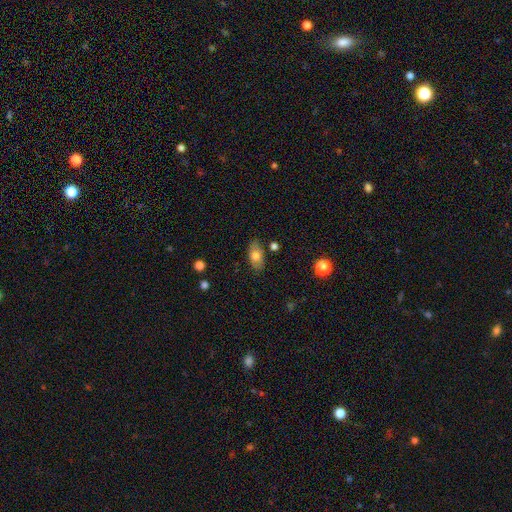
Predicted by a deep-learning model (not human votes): This is likely a smooth galaxy (74%). How rounded: clearly in between (91%). Merging: clearly none (82%).